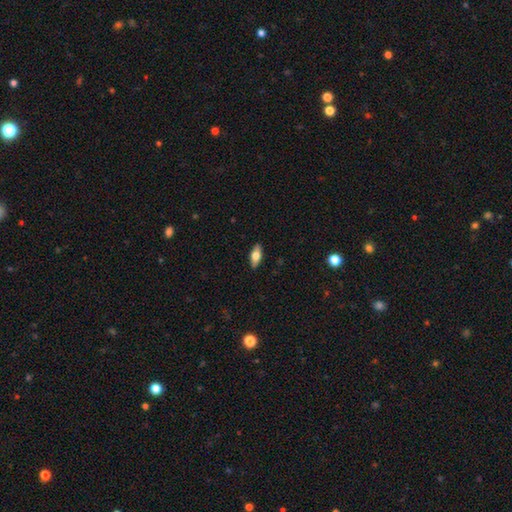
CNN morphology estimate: smooth-or-featured: smooth: 63% | featured or disk: 31% | star or artifact: 6%
  how-rounded: in between: 79% | cigar-shaped: 18% | round: 3%
  merging: none: 89% | minor disturbance: 8% | major disturbance: 2% | merger: 1%